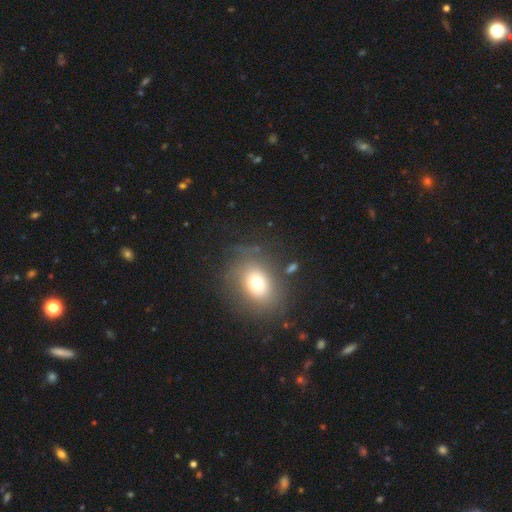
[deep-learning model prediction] smooth_or_featured: smooth (p=0.63) [alt: star or artifact p=0.23]
how_rounded: in between (p=0.51) [alt: round p=0.48]
merging: none (p=0.86) [alt: minor disturbance p=0.09]